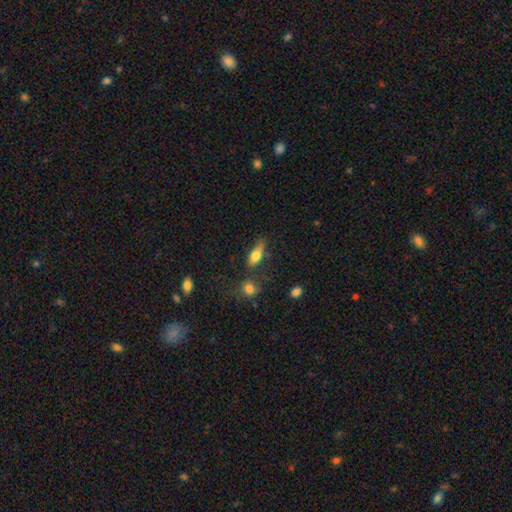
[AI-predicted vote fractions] This appears to be a smooth galaxy with no disk features (70%) that is in between round and cigar-shaped (63%). Merging: none (52%).